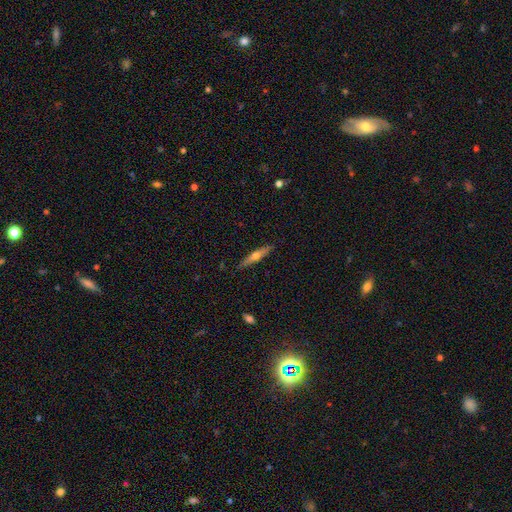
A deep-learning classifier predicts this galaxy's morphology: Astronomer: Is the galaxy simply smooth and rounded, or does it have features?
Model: featured or disk — 56% (runner-up: smooth, 38%).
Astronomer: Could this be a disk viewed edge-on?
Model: yes — 94%.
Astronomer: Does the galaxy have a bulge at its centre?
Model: rounded — 89%.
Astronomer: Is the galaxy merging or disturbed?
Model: none — 88%.